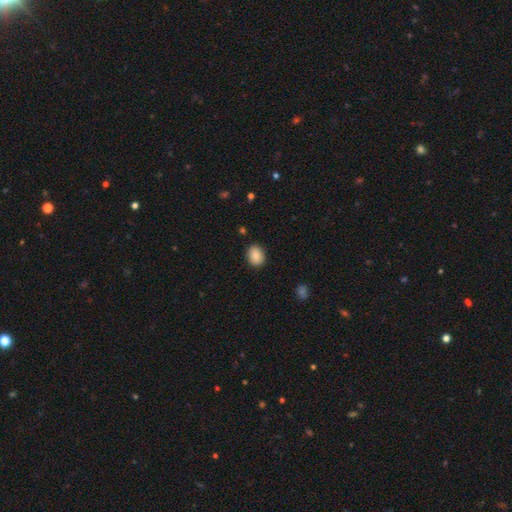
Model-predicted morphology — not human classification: A smooth galaxy with no disk features (87%) that is in between round and cigar-shaped (58%).

Vote fractions:
- Smooth or featured? smooth: 87% / star or artifact: 8% / featured or disk: 5%
- How rounded? in between: 58% / round: 41% / cigar-shaped: 1%
- Merging? none: 88% / minor disturbance: 8% / major disturbance: 2% / merger: 1%